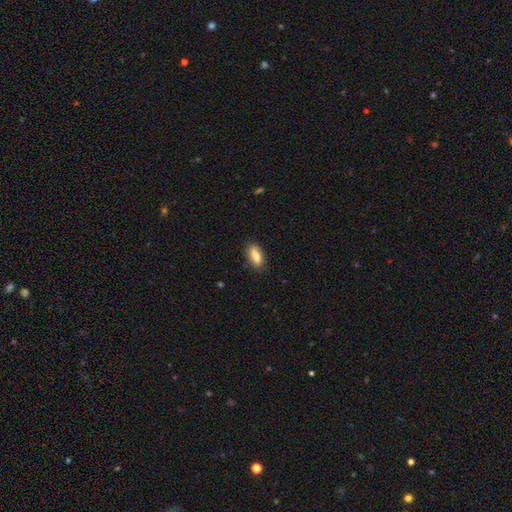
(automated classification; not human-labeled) This appears to be a smooth galaxy with no disk features (82%) that is in between round and cigar-shaped (80%). Merging: none (86%).